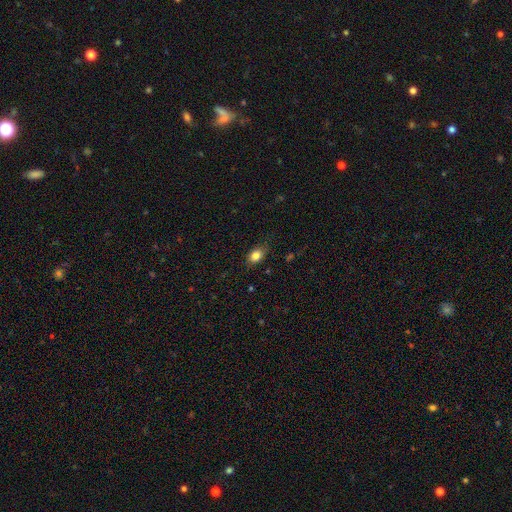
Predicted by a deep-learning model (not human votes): smooth_or_featured: smooth (p=0.82) [alt: star or artifact p=0.09]
how_rounded: in between (p=0.77) [alt: round p=0.21]
merging: none (p=0.77) [alt: minor disturbance p=0.18]